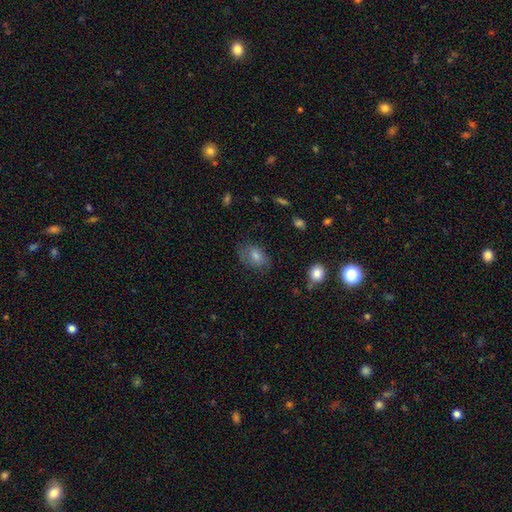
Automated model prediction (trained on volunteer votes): smooth-or-featured: smooth: 68% | featured or disk: 17% | star or artifact: 15%
  how-rounded: in between: 77% | round: 21% | cigar-shaped: 2%
  merging: none: 71% | minor disturbance: 20% | major disturbance: 8% | merger: 2%